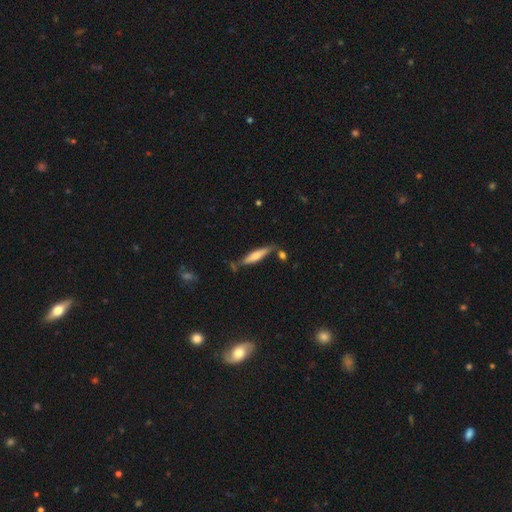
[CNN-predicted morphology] smooth-or-featured: smooth: 56% | featured or disk: 38% | star or artifact: 6%
  how-rounded: cigar-shaped: 84% | in between: 15% | round: 1%
  merging: none: 70% | minor disturbance: 17% | merger: 9% | major disturbance: 4%